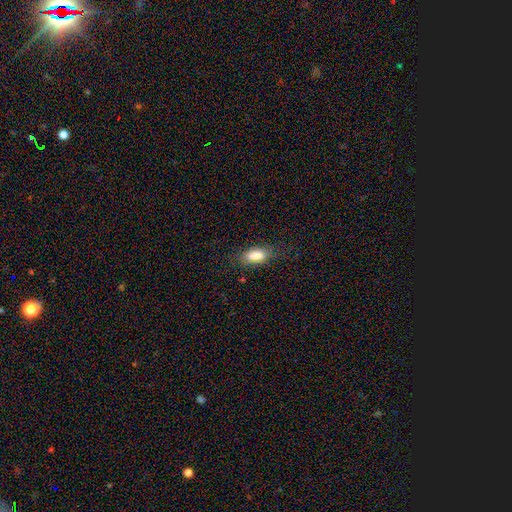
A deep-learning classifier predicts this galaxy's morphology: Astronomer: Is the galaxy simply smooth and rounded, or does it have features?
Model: smooth — 84%.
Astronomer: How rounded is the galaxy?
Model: in between — 84%.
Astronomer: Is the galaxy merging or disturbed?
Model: none — 76%.